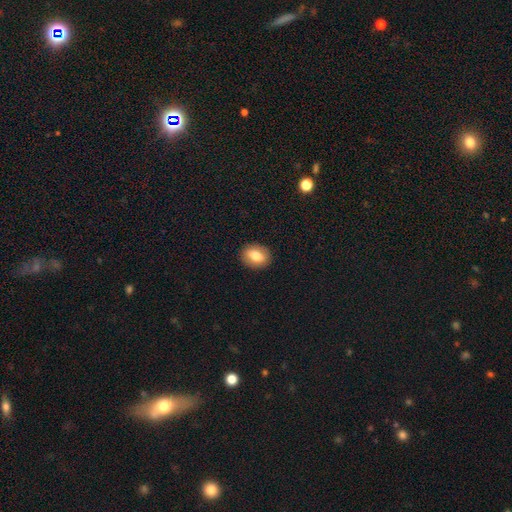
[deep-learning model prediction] Smooth or featured: smooth — 71% (featured or disk — 21%)
How rounded: in between — 54% (round — 44%)
Merging: none — 90% (minor disturbance — 7%)